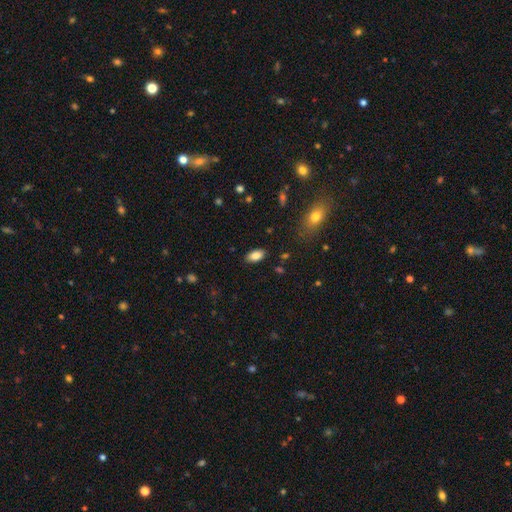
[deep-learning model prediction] A smooth galaxy with no disk features (84%) that is in between round and cigar-shaped (93%).

Vote fractions:
- Smooth or featured? smooth: 84% / star or artifact: 8% / featured or disk: 8%
- How rounded? in between: 93% / round: 4% / cigar-shaped: 4%
- Merging? none: 86% / minor disturbance: 10% / major disturbance: 3% / merger: 1%